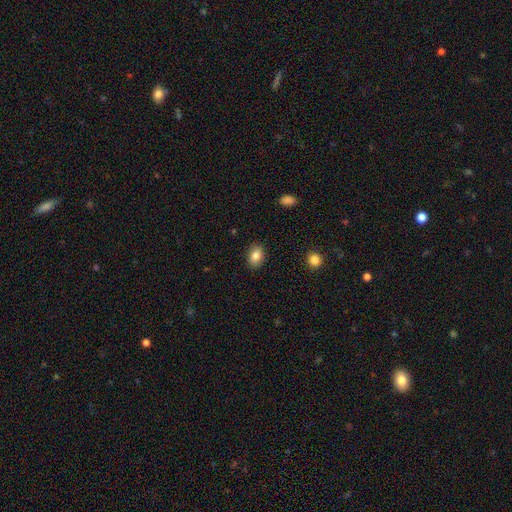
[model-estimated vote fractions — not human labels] This is clearly a smooth galaxy (85%). How rounded: likely in between (77%). Merging: clearly none (88%).